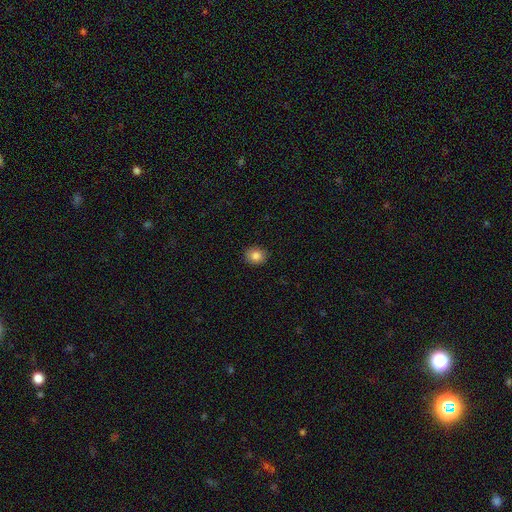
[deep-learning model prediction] Overall: smooth (85%). How rounded: round (61%; in between 38%). Merging: none (90%).